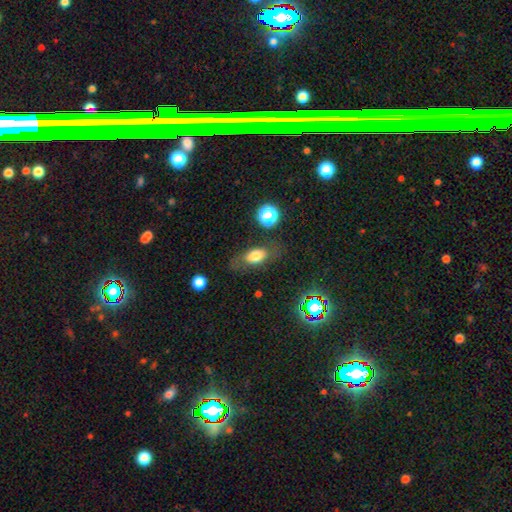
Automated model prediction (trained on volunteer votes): smooth-or-featured: smooth: 67% | featured or disk: 23% | star or artifact: 10%
  how-rounded: in between: 80% | round: 12% | cigar-shaped: 8%
  merging: none: 70% | minor disturbance: 18% | major disturbance: 10% | merger: 3%